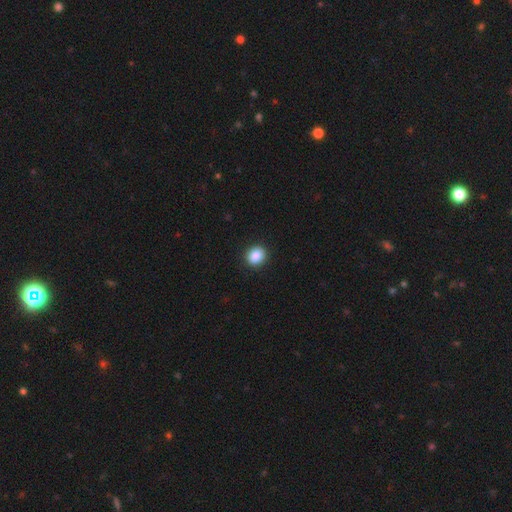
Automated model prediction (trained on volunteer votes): Smooth or featured?
  - smooth: 87% *
  - star or artifact: 9%
  - featured or disk: 4%
How rounded?
  - round: 71% *
  - in between: 28%
  - cigar-shaped: 1%
Merging?
  - none: 91% *
  - minor disturbance: 6%
  - major disturbance: 2%
  - merger: 1%